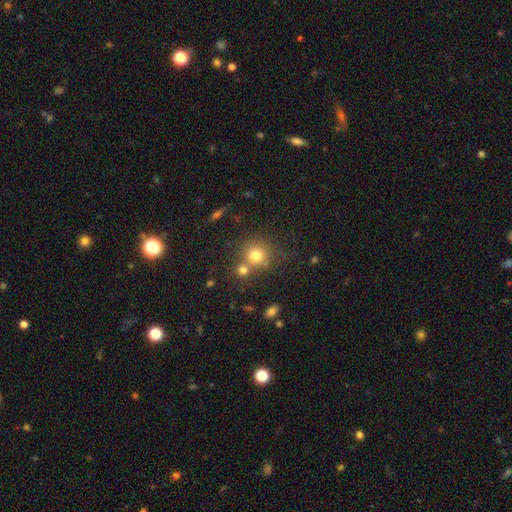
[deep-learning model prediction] smooth_or_featured: smooth (p=0.77) [alt: star or artifact p=0.13]
how_rounded: round (p=0.88) [alt: in between p=0.11]
merging: none (p=0.59) [alt: merger p=0.29]